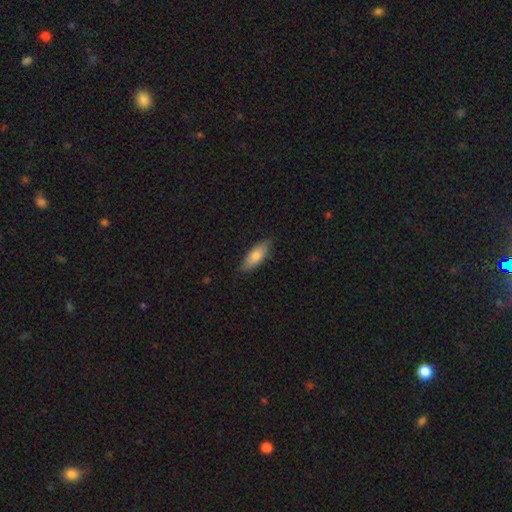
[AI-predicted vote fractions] Smooth or featured: smooth — 77% (featured or disk — 17%)
How rounded: in between — 66% (cigar-shaped — 32%)
Merging: none — 83% (minor disturbance — 14%)